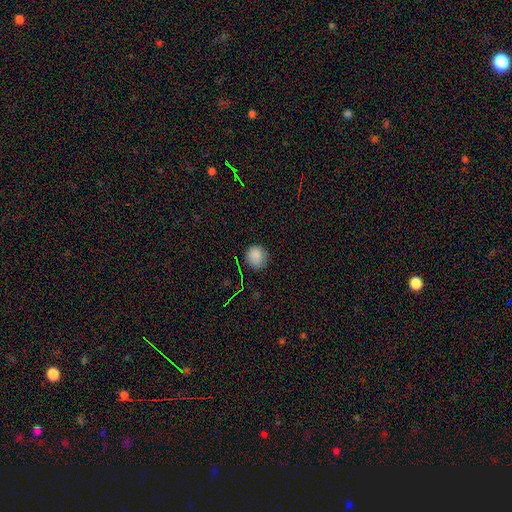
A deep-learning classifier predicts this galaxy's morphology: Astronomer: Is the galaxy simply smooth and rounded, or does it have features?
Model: smooth — 83%.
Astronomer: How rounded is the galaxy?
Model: round — 85%.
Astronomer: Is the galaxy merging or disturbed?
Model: none — 81%.